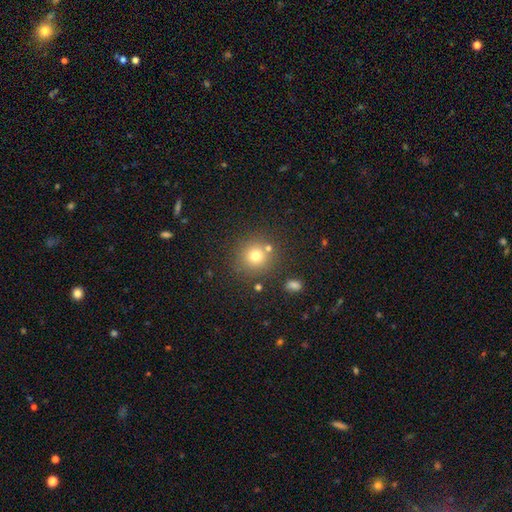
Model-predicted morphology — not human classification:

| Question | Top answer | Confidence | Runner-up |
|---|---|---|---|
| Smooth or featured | smooth | 74% | star or artifact (15%) |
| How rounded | round | 91% | in between (8%) |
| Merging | none | 77% | merger (11%) |